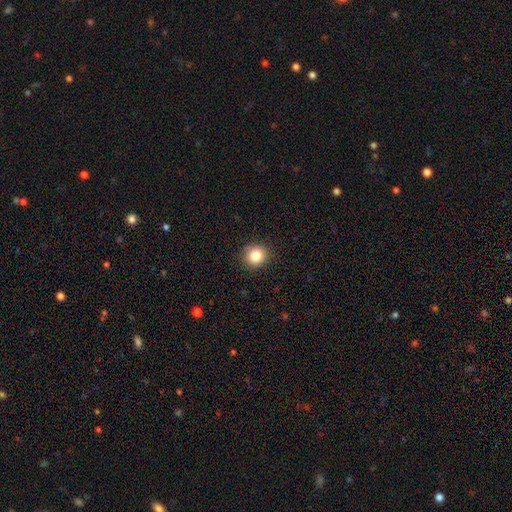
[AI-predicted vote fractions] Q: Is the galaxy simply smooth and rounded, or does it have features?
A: smooth — 83%.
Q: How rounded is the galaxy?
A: round — 89%.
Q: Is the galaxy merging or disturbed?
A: none — 90%.